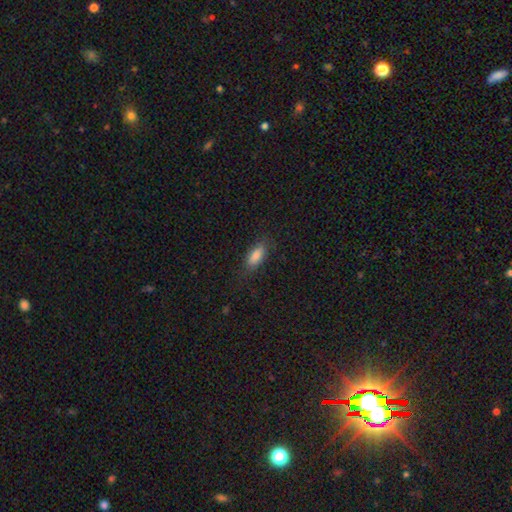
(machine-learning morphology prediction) smooth 84%, featured or disk 8%, star or artifact 8%. Down the decision tree: how rounded — in between (81%); merging — none (80%).